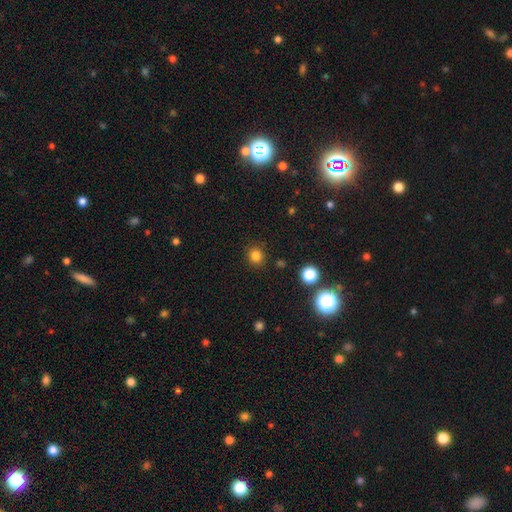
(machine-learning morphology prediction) A smooth galaxy with no disk features (82%) that is round (87%).

Vote fractions:
- Smooth or featured? smooth: 82% / star or artifact: 14% / featured or disk: 4%
- How rounded? round: 87% / in between: 12% / cigar-shaped: 1%
- Merging? none: 88% / minor disturbance: 7% / major disturbance: 3% / merger: 2%